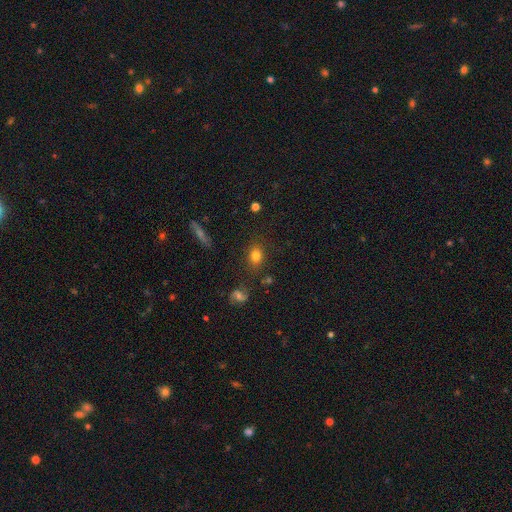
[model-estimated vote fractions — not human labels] Q: Smooth or featured?
A: smooth (79%); runner-up: star or artifact (12%)
Q: How rounded?
A: in between (50%); runner-up: round (48%)
Q: Merging?
A: none (81%); runner-up: minor disturbance (12%)